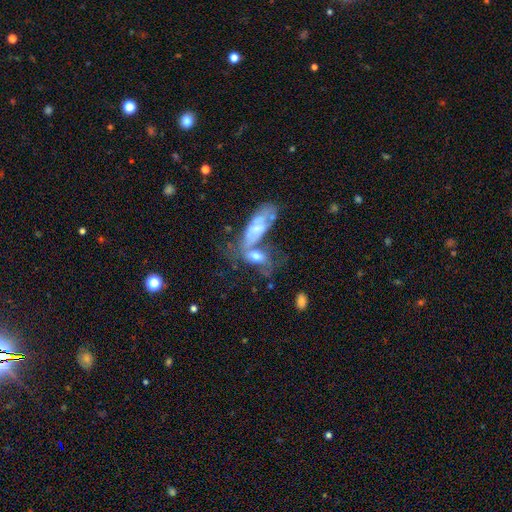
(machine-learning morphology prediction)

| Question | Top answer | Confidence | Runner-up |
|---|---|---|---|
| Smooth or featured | smooth | 49% | featured or disk (40%) |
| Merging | merger | 48% | none (25%) |